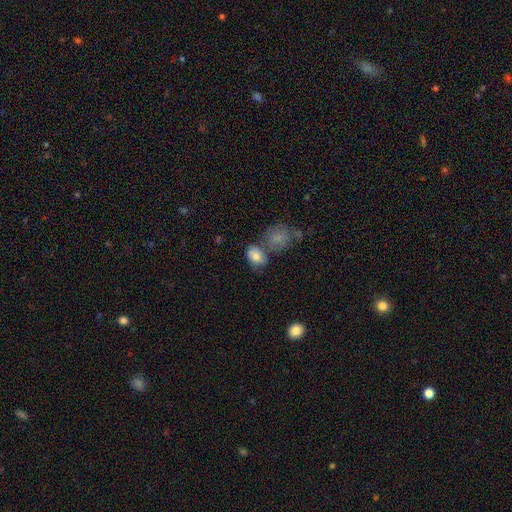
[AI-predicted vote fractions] Overall: smooth (79%). How rounded: in between (73%). Merging: none (44%; merger 27%).